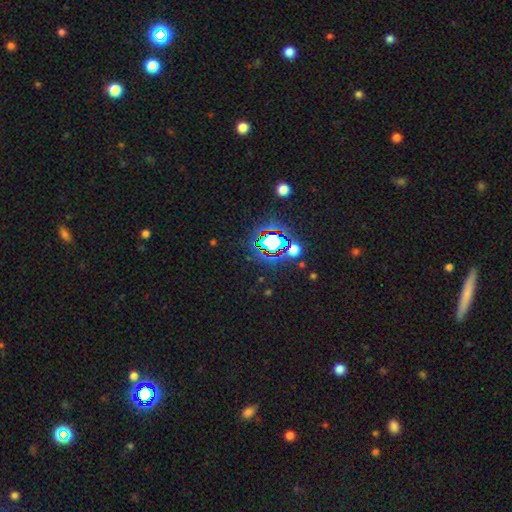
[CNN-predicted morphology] This appears to be a star or artifact, not a galaxy (78%).